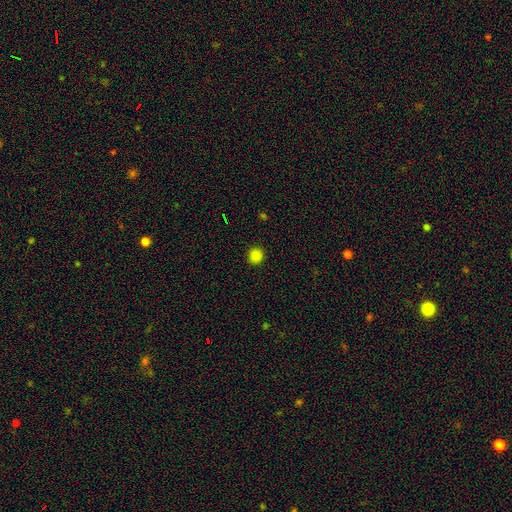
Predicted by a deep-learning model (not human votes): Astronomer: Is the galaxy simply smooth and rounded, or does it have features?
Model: smooth — 85%.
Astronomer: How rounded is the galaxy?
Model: round — 89%.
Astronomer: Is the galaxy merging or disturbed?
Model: none — 92%.